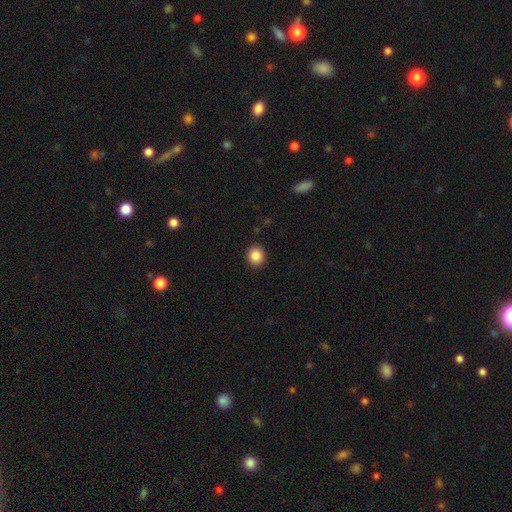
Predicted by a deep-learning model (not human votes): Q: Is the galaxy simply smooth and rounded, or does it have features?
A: smooth — 86%.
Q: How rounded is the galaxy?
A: round — 85%.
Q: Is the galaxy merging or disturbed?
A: none — 91%.